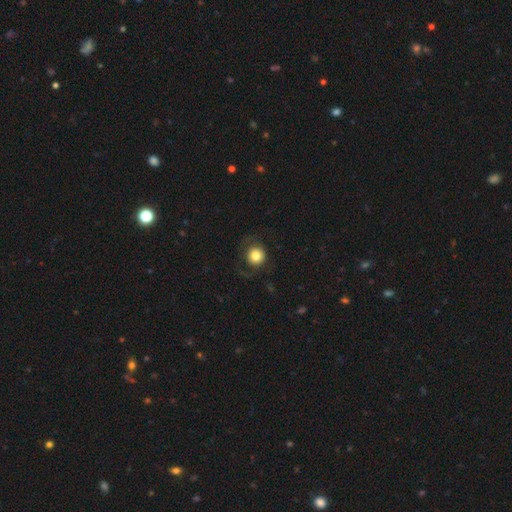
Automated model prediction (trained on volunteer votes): The model was most divided on "merging": none: 72%, minor disturbance: 15%, major disturbance: 12%, merger: 1%. More confident: how rounded — round (92%); smooth or featured — smooth (80%).